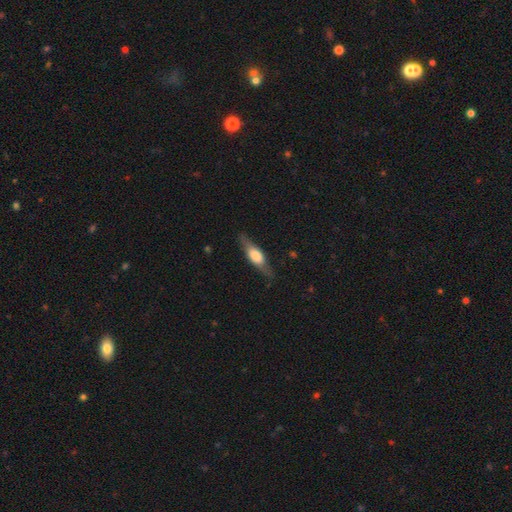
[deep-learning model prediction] A featured or disk galaxy (54%) viewed edge-on (89%). Merging: none (81%).